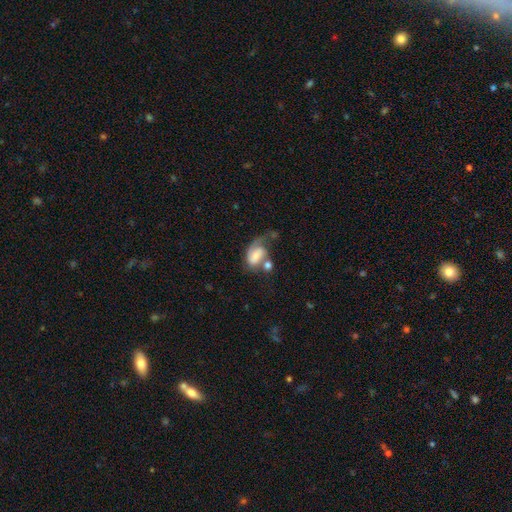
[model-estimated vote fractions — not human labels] Smooth or featured? smooth (49%)
Merging? major disturbance (34%)